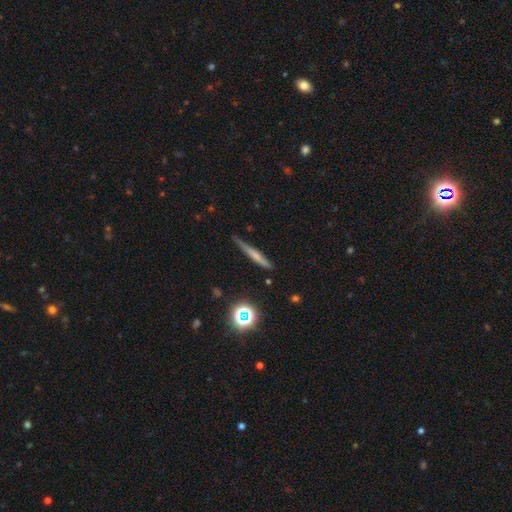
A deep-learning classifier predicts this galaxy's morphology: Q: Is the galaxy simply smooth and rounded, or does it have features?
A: smooth — 48%.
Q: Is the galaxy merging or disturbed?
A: none — 77%.